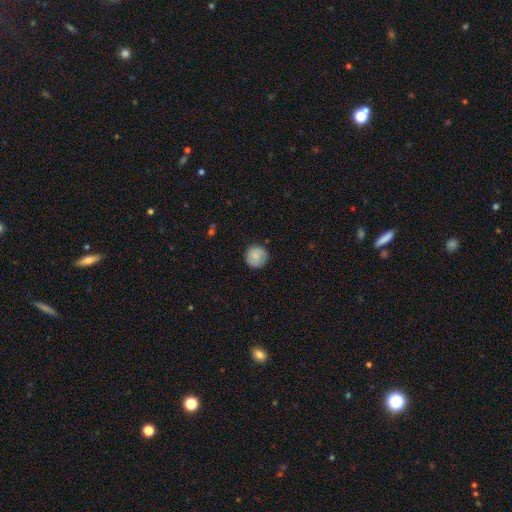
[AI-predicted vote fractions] A smooth galaxy with no disk features (78%) that is round (94%). Merging: none (85%).